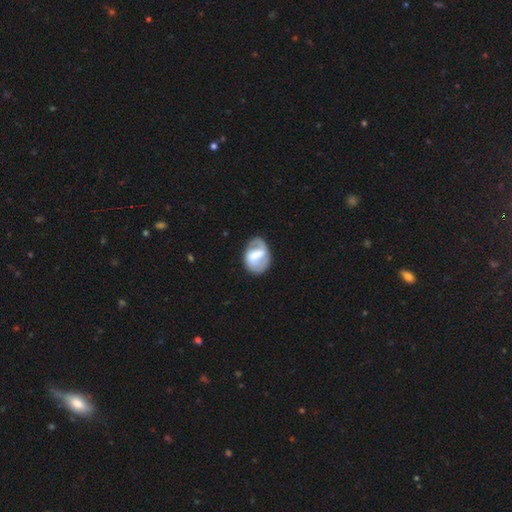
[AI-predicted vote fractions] featured or disk 63%, smooth 30%, star or artifact 6%. Down the decision tree: edge-on disk — no (97%); bar — strong (47%); spiral arms — yes (71%); bulge size — moderate (31%); merging — none (64%).